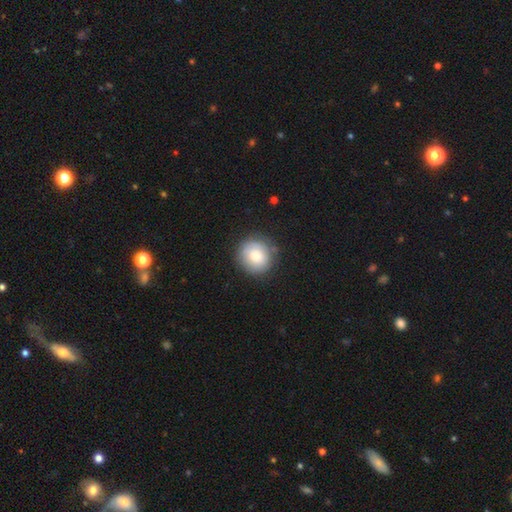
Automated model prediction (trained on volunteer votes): Q: Smooth or featured?
A: smooth (76%); runner-up: featured or disk (16%)
Q: How rounded?
A: round (90%); runner-up: in between (10%)
Q: Merging?
A: none (82%); runner-up: minor disturbance (13%)